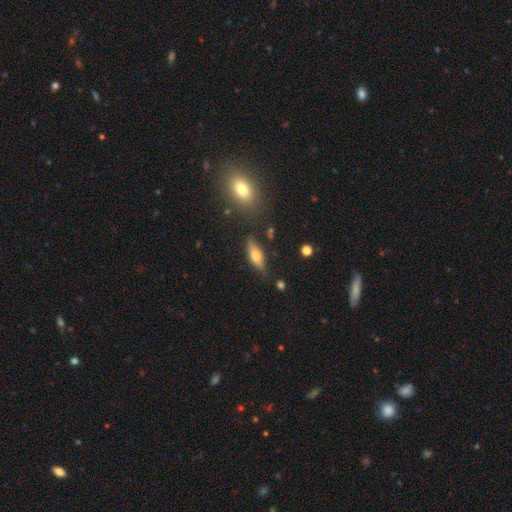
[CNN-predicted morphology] smooth 47%, featured or disk 45%, star or artifact 8%. Down the decision tree: merging — none (78%).